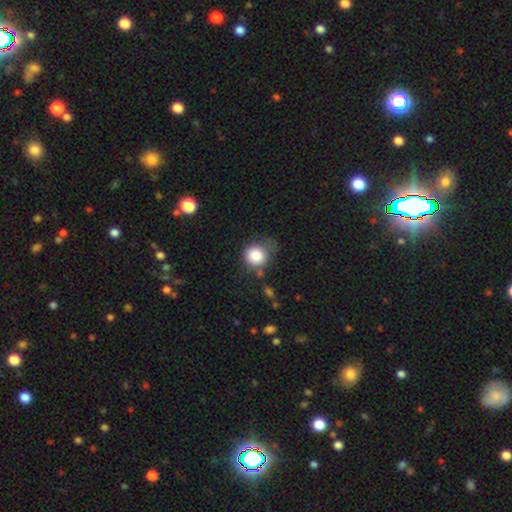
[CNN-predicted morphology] A smooth galaxy with no disk features (84%) that is round (86%). Merging: none (52%).